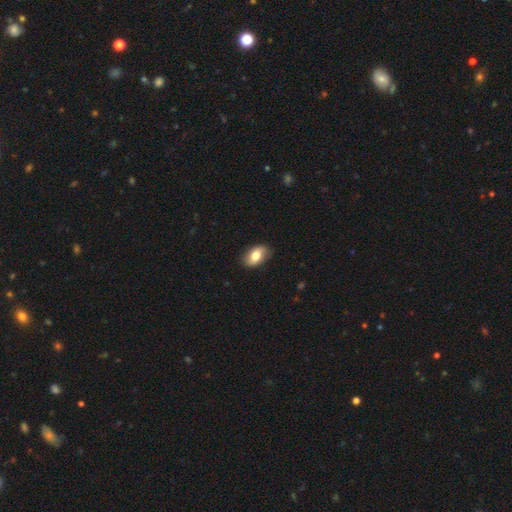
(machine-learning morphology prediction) Q: Smooth or featured?
A: smooth (74%); runner-up: featured or disk (20%)
Q: How rounded?
A: in between (90%); runner-up: round (8%)
Q: Merging?
A: none (85%); runner-up: minor disturbance (12%)